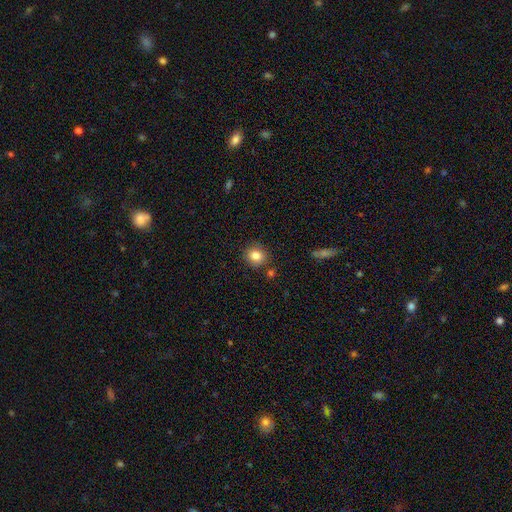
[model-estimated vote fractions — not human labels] This appears to be a smooth galaxy with no disk features (83%) that is round (85%). Merging: none (85%).